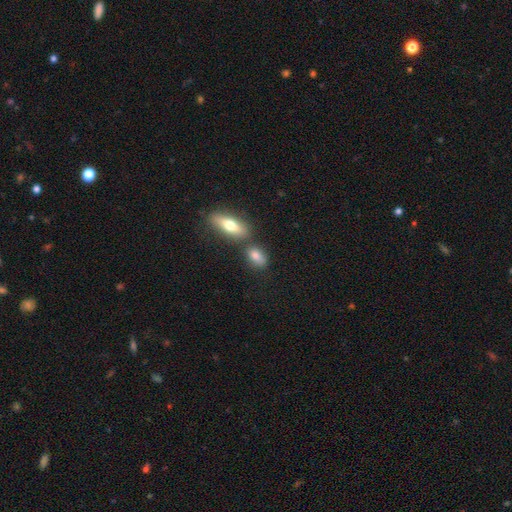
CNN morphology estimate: Smooth or featured?
  - smooth: 79% *
  - featured or disk: 12%
  - star or artifact: 9%
How rounded?
  - in between: 79% *
  - round: 13%
  - cigar-shaped: 9%
Merging?
  - none: 62% *
  - merger: 21%
  - minor disturbance: 12%
  - major disturbance: 4%